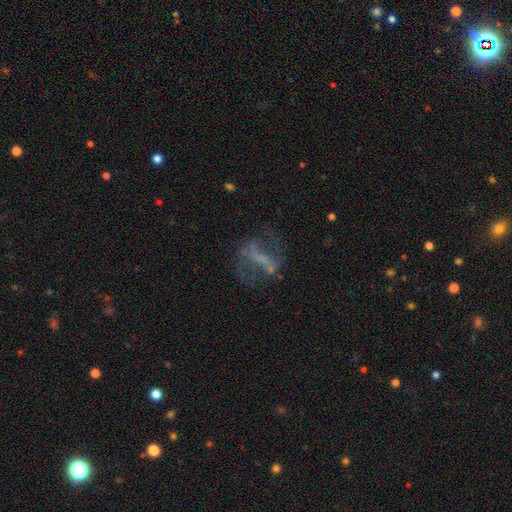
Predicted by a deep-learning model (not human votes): Smooth or featured? featured or disk (61%)
Edge-on disk? no (90%)
Bar? strong (49%)
Spiral arms? no (60%)
Bulge size? none (65%)
Merging? none (54%)